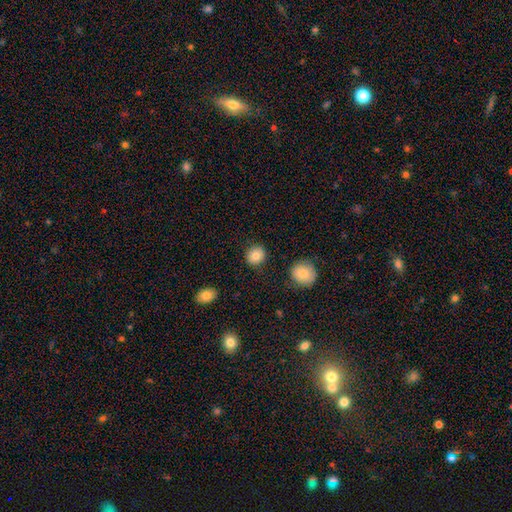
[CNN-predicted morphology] type=smooth (85%); roundness=round (89%); merging=none (90%).